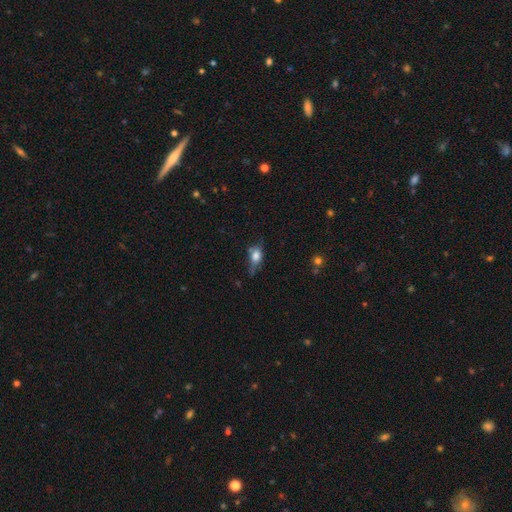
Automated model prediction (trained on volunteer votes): A smooth galaxy with no disk features (73%) that is in between round and cigar-shaped (71%). Merging: none (44%).